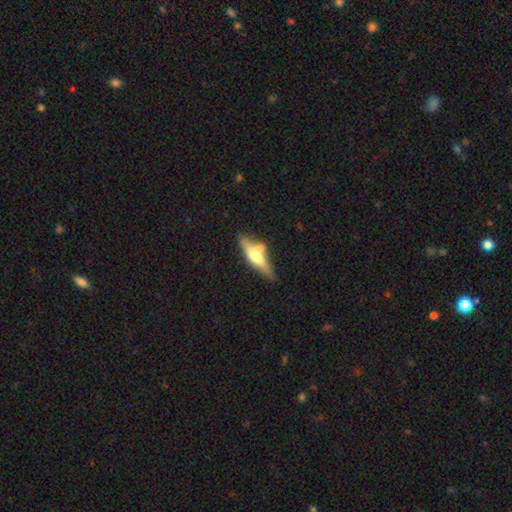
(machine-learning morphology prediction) This is possibly a featured or disk galaxy (49%). Merging: possibly none (54%).